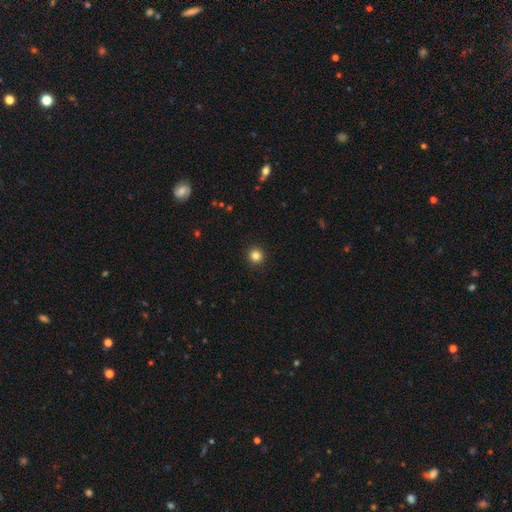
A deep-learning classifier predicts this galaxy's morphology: The model was most divided on "smooth or featured": smooth: 84%, star or artifact: 12%, featured or disk: 4%. More confident: how rounded — round (95%); merging — none (93%).